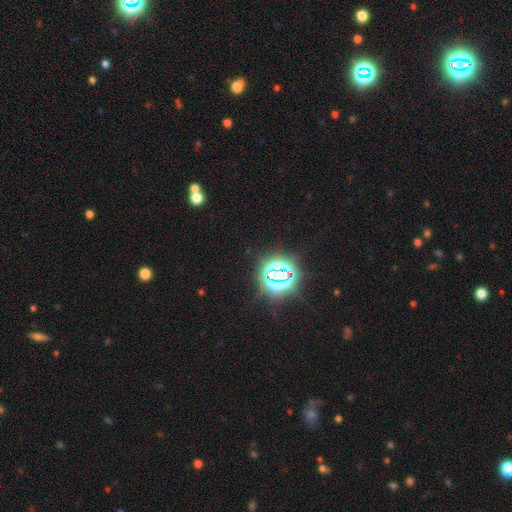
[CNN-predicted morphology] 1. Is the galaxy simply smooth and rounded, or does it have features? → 82% star or artifact, 11% smooth, 7% featured or disk.